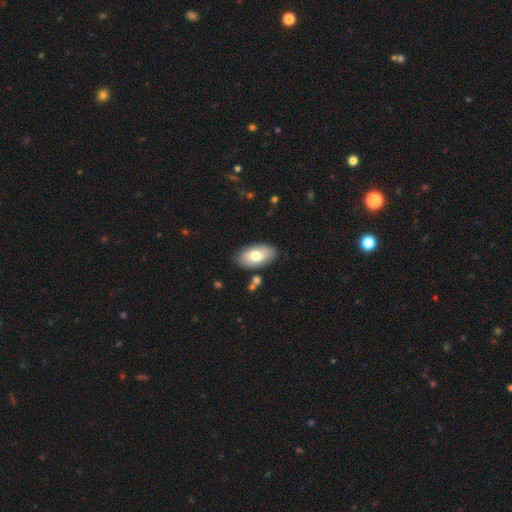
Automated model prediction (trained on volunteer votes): A smooth galaxy with no disk features (73%) that is in between round and cigar-shaped (94%).

Vote fractions:
- Smooth or featured? smooth: 73% / featured or disk: 20% / star or artifact: 6%
- How rounded? in between: 94% / round: 4% / cigar-shaped: 2%
- Merging? none: 83% / minor disturbance: 11% / merger: 3% / major disturbance: 3%